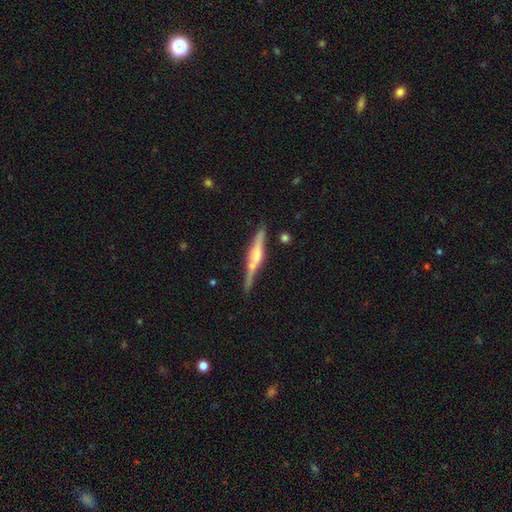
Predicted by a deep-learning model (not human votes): Morphology: type=featured or disk (71%); edge-on=yes (97%); edge-on bulge=rounded (70%); merging=none (76%).